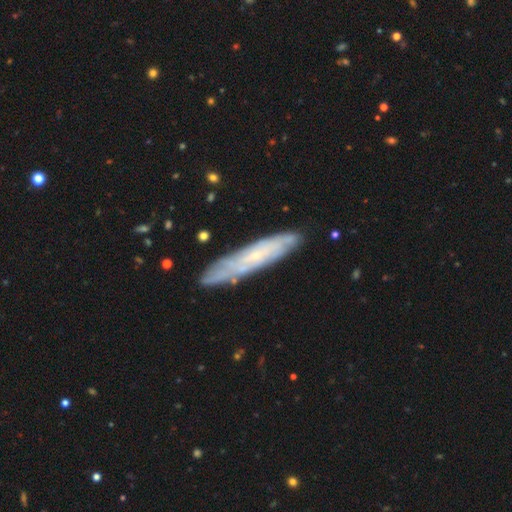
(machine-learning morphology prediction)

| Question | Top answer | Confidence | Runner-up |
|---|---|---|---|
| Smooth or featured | featured or disk | 66% | smooth (27%) |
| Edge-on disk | no | 51% | yes (49%) |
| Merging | none | 84% | minor disturbance (12%) |